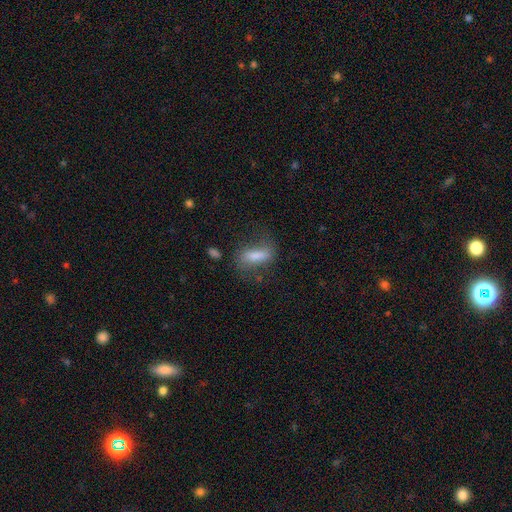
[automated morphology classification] smooth-or-featured: smooth: 59% | featured or disk: 30% | star or artifact: 11%
  how-rounded: in between: 55% | cigar-shaped: 40% | round: 4%
  merging: none: 61% | minor disturbance: 21% | major disturbance: 15% | merger: 3%